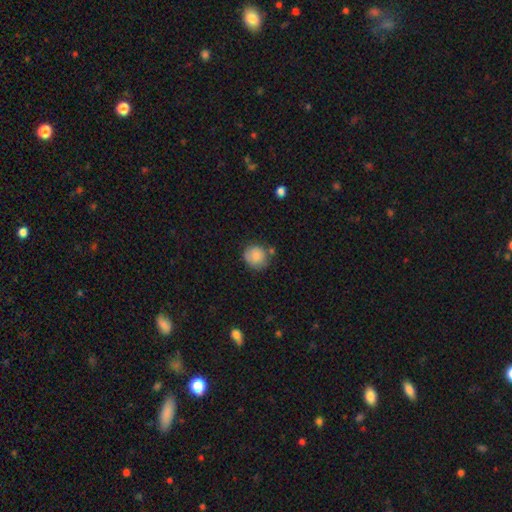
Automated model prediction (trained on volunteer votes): The model was most divided on "merging": none: 68%, minor disturbance: 20%, merger: 8%, major disturbance: 5%. More confident: how rounded — round (84%); smooth or featured — smooth (83%).